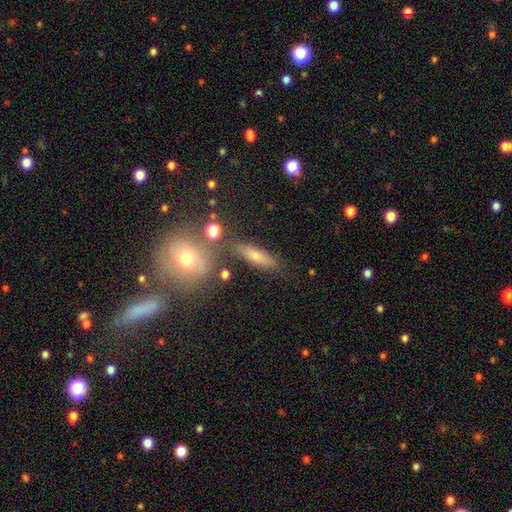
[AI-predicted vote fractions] The model was most divided on "how rounded": cigar-shaped: 50%, in between: 38%, round: 12%. More confident: merging — none (75%); smooth or featured — smooth (61%).